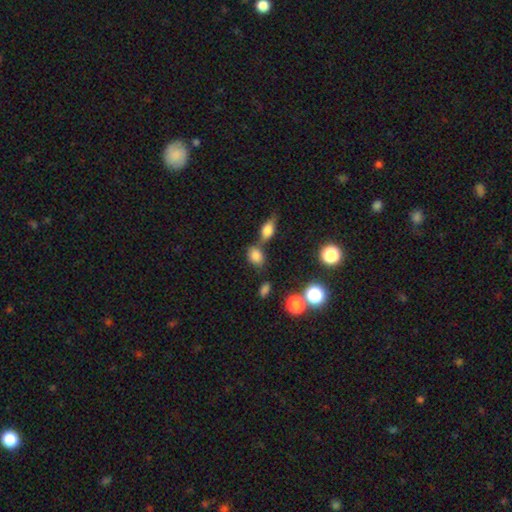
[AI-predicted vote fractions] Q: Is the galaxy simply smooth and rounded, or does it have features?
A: smooth — 79%.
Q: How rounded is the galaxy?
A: in between — 70%.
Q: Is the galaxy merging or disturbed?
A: none — 57%.